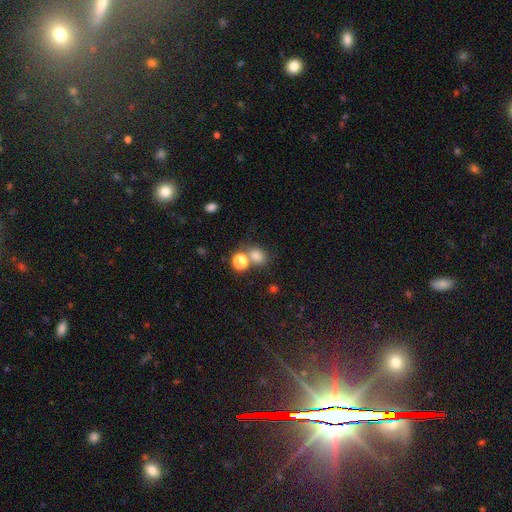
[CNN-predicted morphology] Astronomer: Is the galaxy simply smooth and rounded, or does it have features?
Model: smooth — 77%.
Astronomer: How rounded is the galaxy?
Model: round — 58% (runner-up: in between, 41%).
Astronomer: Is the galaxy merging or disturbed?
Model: none — 57%.